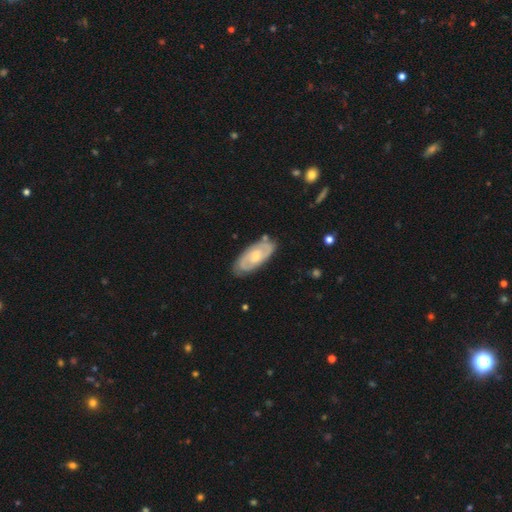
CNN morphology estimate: A featured or disk galaxy (73%) with no bar (65%), 2 (63%) tight (60%) spiral arms (87%) and a moderate central bulge (47%, tied with small). Merging: none (79%).